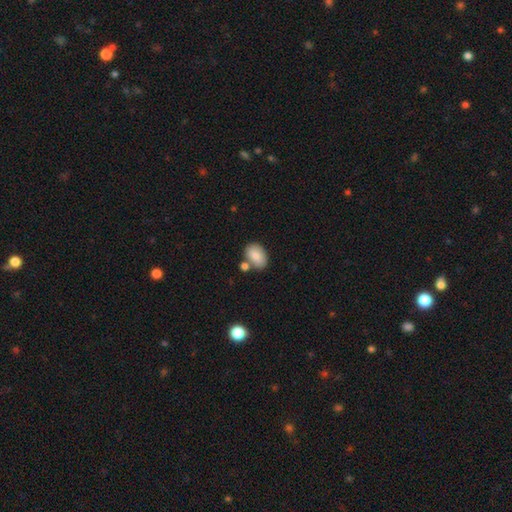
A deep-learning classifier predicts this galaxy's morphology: Smooth or featured?
  - smooth: 84% *
  - featured or disk: 8%
  - star or artifact: 7%
How rounded?
  - in between: 85% *
  - round: 14%
  - cigar-shaped: 1%
Merging?
  - none: 64% *
  - merger: 18%
  - minor disturbance: 14%
  - major disturbance: 4%